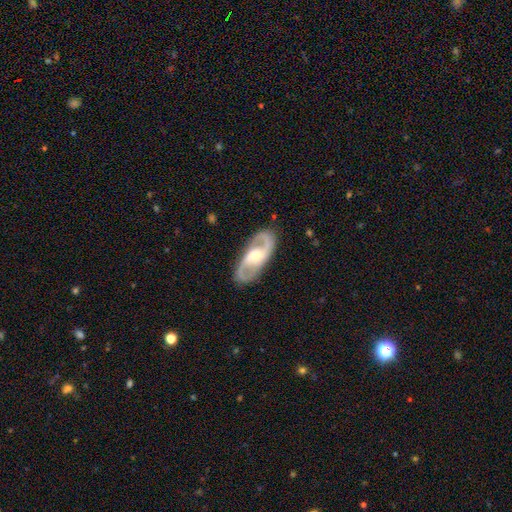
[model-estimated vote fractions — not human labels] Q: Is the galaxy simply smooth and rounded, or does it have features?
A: featured or disk — 85%.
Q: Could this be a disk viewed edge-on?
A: no — 93%.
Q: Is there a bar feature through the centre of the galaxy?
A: weak — 41%.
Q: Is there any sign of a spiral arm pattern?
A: yes — 93%.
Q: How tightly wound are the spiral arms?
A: medium — 54%.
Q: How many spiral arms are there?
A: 2 — 91%.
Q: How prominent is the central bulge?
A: moderate — 66%.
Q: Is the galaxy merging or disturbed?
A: none — 86%.